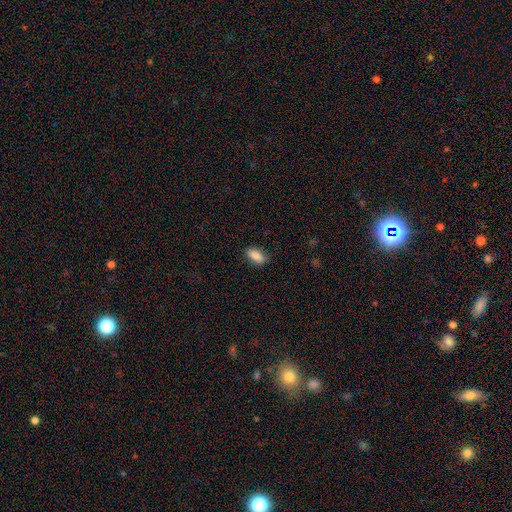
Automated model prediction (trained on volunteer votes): This appears to be a smooth galaxy with no disk features (84%) that is in between round and cigar-shaped (85%). Merging: none (85%).